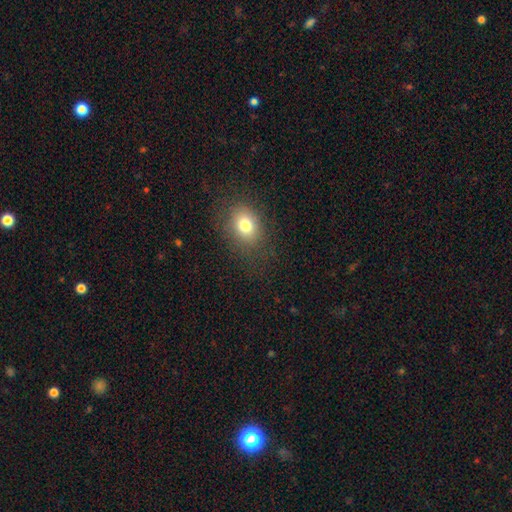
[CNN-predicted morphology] This appears to be a smooth galaxy with no disk features (71%) that is in between round and cigar-shaped (51%). Merging: none (87%).